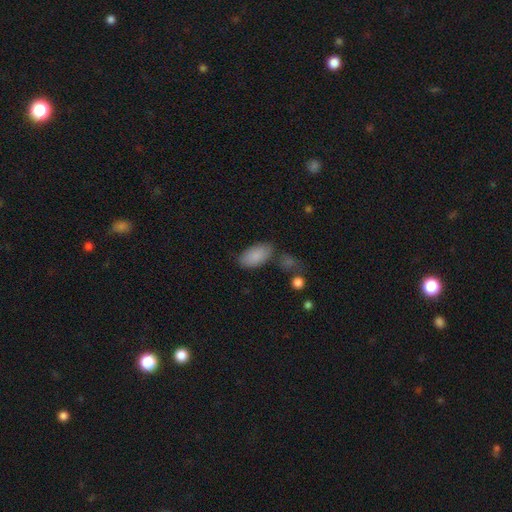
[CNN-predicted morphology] Smooth or featured? Predicted: smooth (p=0.88). How rounded? Predicted: in between (p=0.94). Merging? Predicted: none (p=0.69).